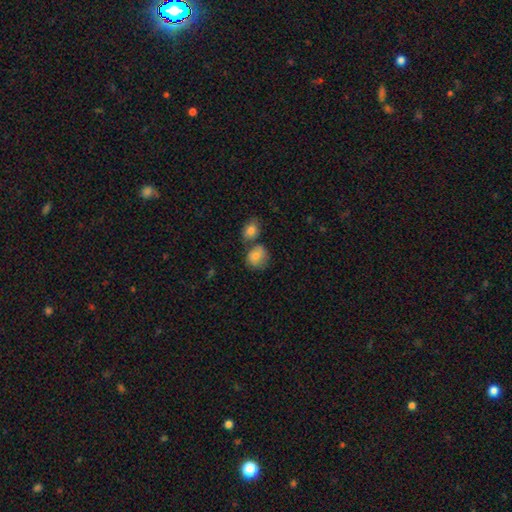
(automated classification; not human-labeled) Smooth or featured? Predicted: smooth (p=0.80). How rounded? Predicted: round (p=0.71). Merging? Predicted: none (p=0.50).